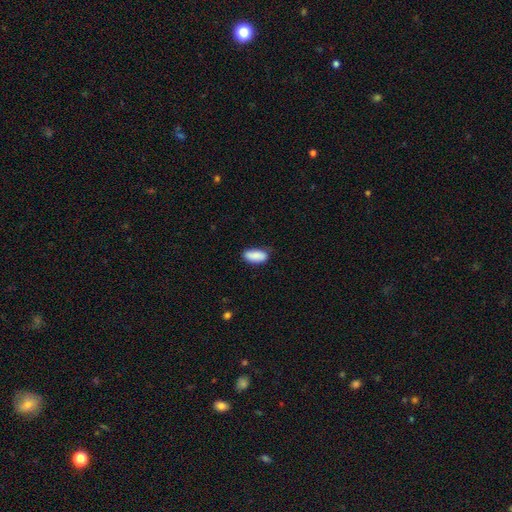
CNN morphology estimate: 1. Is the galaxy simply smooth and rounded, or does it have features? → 88% smooth, 6% star or artifact, 6% featured or disk.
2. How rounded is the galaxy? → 87% in between, 11% cigar-shaped, 2% round.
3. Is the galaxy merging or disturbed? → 74% none, 21% minor disturbance, 3% major disturbance, 2% merger.